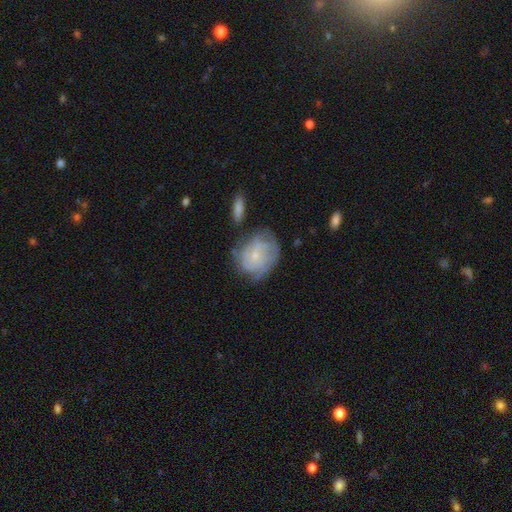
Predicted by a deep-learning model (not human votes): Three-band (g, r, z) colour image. It shows a featured or disk galaxy (62%) with no bar (72%), spiral arms (81%) and a small central bulge (76%). Merging: none (59%).